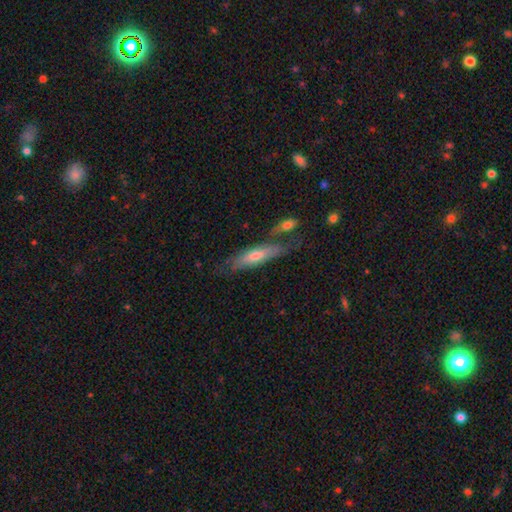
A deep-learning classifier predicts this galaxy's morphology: Smooth or featured?
  - smooth: 49% *
  - featured or disk: 45%
  - star or artifact: 6%
Merging?
  - none: 56% *
  - minor disturbance: 18%
  - merger: 17%
  - major disturbance: 8%